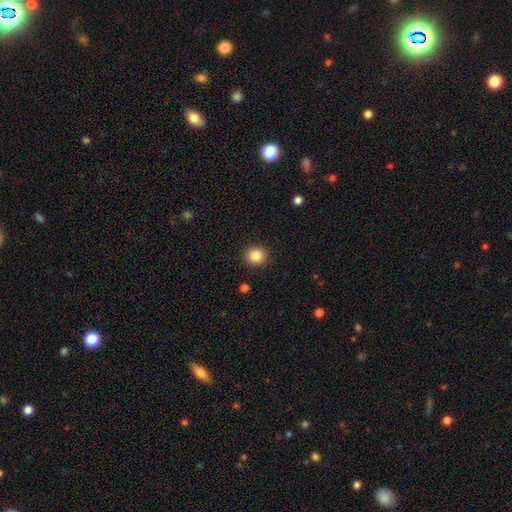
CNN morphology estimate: smooth_or_featured: smooth (p=0.86) [alt: star or artifact p=0.10]
how_rounded: round (p=0.88) [alt: in between p=0.11]
merging: none (p=0.91) [alt: minor disturbance p=0.06]